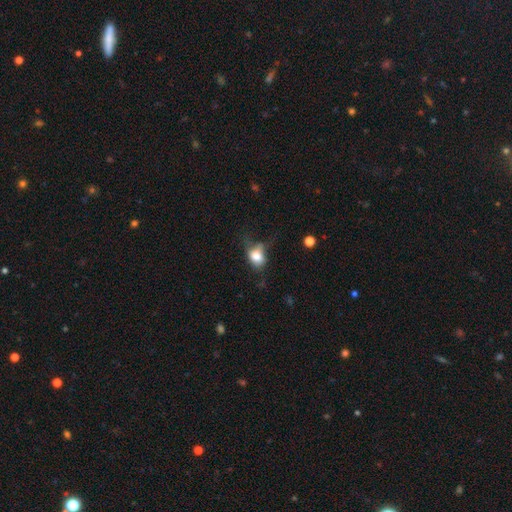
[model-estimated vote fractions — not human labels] Overall: smooth (71%). How rounded: in between (60%; round 38%). Merging: none (40%; minor disturbance 31%).